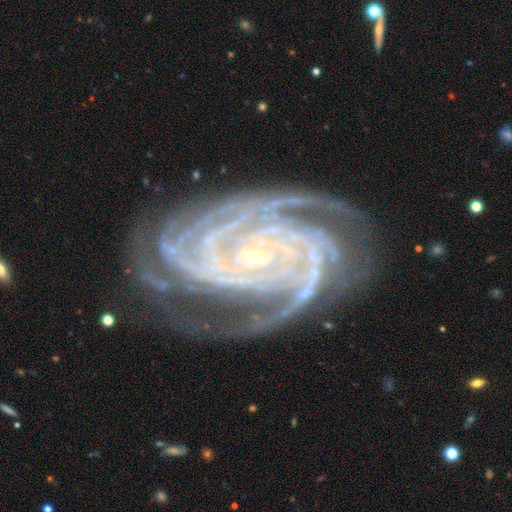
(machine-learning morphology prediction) Smooth or featured: featured or disk — 93% (star or artifact — 5%)
Edge-on disk: no — 98% (yes — 2%)
Bar: no — 58% (weak — 23%)
Spiral arms: yes — 99% (no — 1%)
Spiral winding: tight — 82% (medium — 16%)
Spiral arm count: 4 — 33% (3 — 21%)
Bulge size: small — 85% (moderate — 11%)
Merging: none — 75% (minor disturbance — 17%)